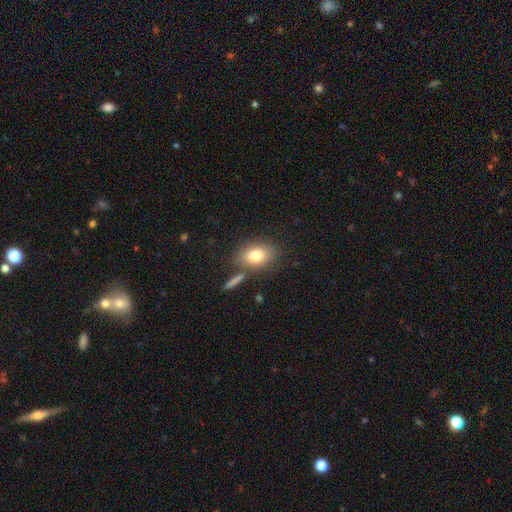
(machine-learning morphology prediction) The model was most divided on "merging": none: 73%, minor disturbance: 12%, merger: 11%, major disturbance: 4%. More confident: how rounded — in between (80%); smooth or featured — smooth (79%).